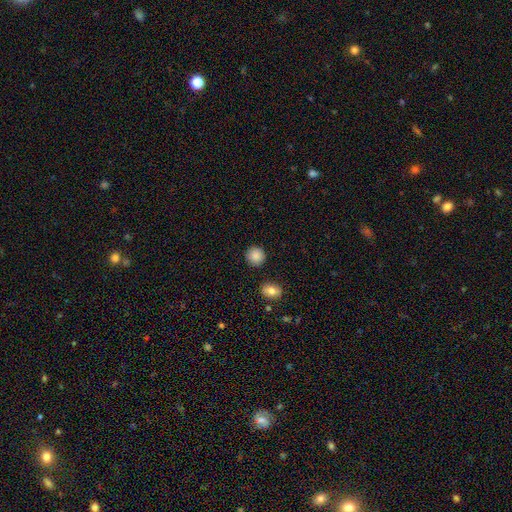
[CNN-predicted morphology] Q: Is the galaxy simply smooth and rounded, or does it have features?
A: smooth — 88%.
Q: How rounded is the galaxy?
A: round — 92%.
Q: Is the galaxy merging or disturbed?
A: none — 90%.